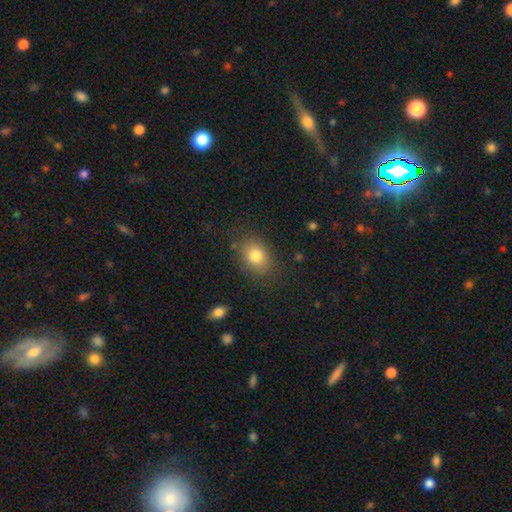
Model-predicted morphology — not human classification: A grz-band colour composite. It shows a smooth galaxy with no disk features (80%) that is in between round and cigar-shaped (67%). Merging: none (79%).